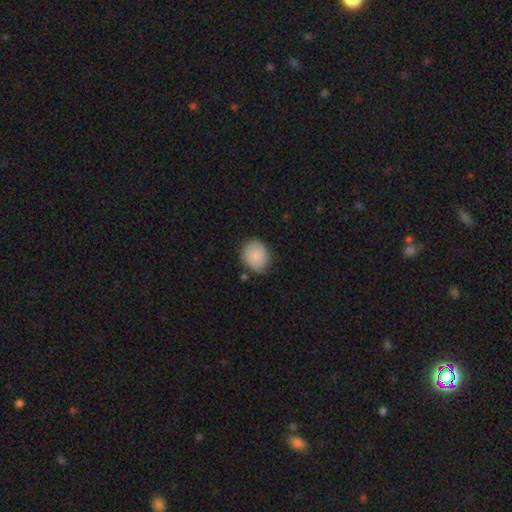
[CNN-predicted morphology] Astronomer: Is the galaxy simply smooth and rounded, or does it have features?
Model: smooth — 81%.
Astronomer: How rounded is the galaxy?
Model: round — 67%.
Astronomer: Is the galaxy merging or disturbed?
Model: none — 70%.